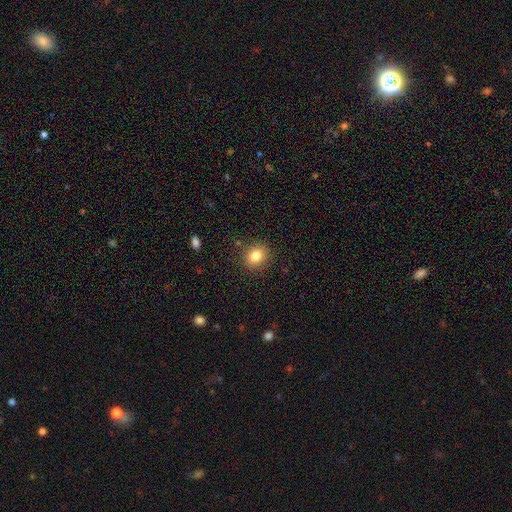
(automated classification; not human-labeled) Overall: smooth (82%). How rounded: round (68%; in between 31%). Merging: none (87%).